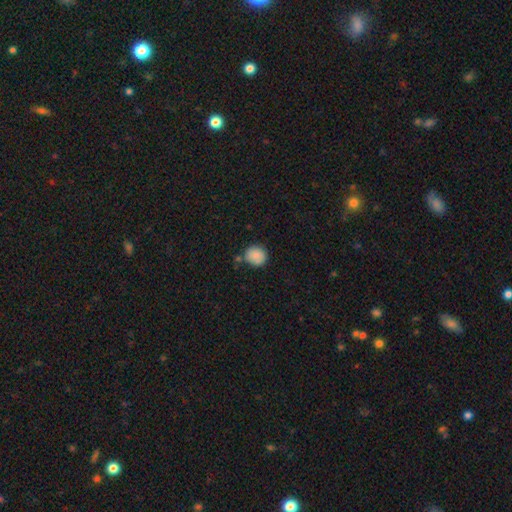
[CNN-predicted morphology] A smooth galaxy with no disk features (85%) that is round (85%). Merging: none (69%).